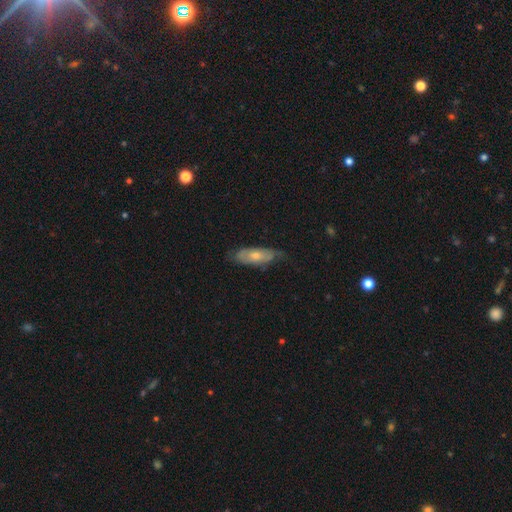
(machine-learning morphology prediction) type=smooth (48%); merging=none (62%).